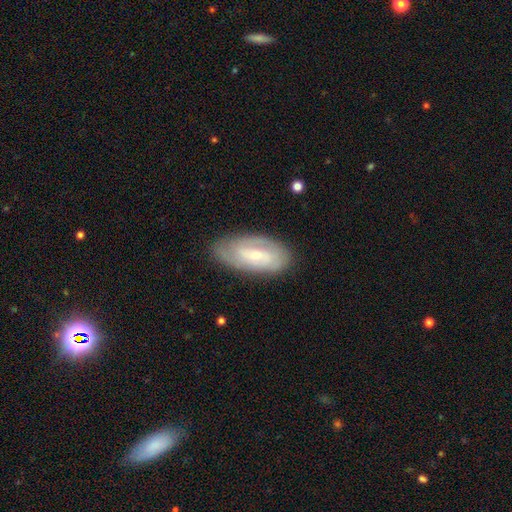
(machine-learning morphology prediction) Q: Smooth or featured?
A: featured or disk (63%); runner-up: smooth (31%)
Q: Edge-on disk?
A: no (92%); runner-up: yes (8%)
Q: Bar?
A: weak (48%); runner-up: no (34%)
Q: Spiral arms?
A: yes (82%); runner-up: no (18%)
Q: Bulge size?
A: small (62%); runner-up: moderate (32%)
Q: Merging?
A: none (77%); runner-up: minor disturbance (17%)